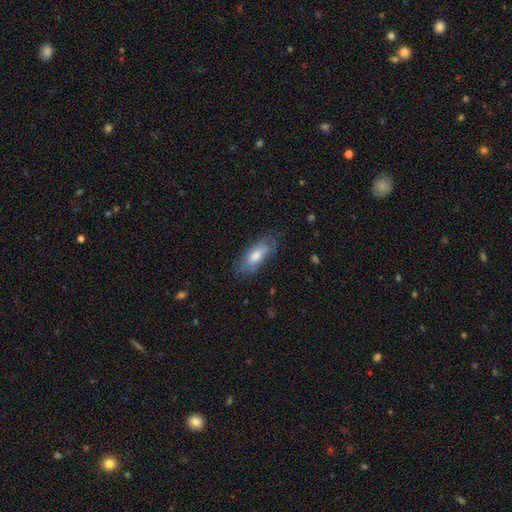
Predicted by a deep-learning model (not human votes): Overall: smooth (63%; featured or disk 30%). How rounded: in between (75%). Merging: none (75%).